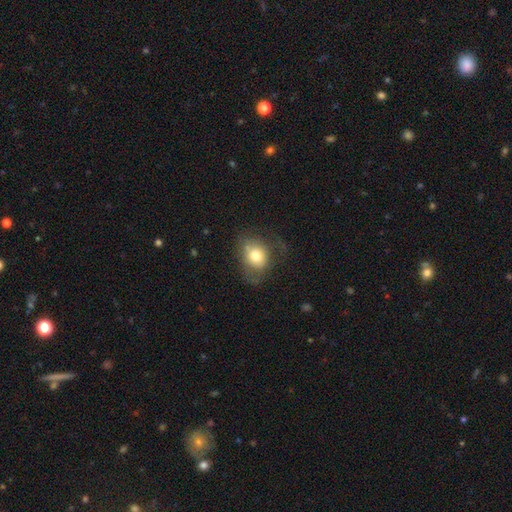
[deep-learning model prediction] Smooth or featured?
  - smooth: 72% *
  - featured or disk: 19%
  - star or artifact: 9%
How rounded?
  - in between: 50% *
  - round: 49%
  - cigar-shaped: 1%
Merging?
  - none: 51% *
  - minor disturbance: 27%
  - major disturbance: 20%
  - merger: 2%